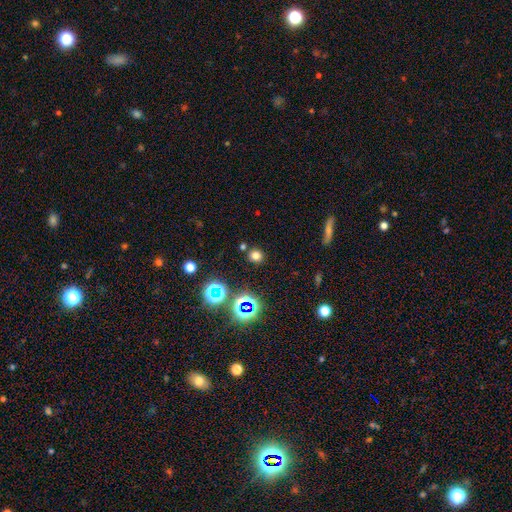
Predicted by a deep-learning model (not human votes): Overall: smooth (68%). How rounded: round (87%). Merging: none (86%).